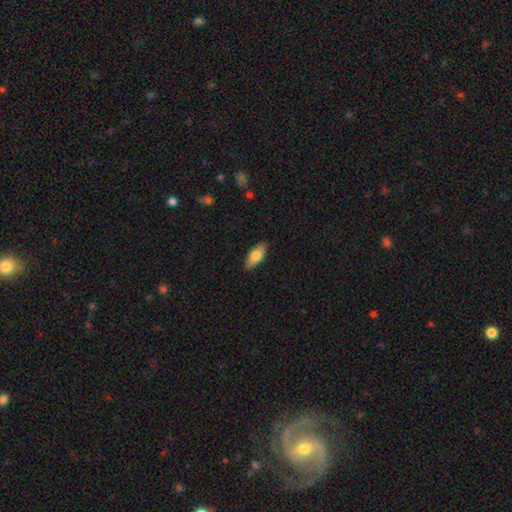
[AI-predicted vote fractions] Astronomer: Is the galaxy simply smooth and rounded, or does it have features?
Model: smooth — 72%.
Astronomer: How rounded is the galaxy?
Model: in between — 78%.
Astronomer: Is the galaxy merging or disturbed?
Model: none — 87%.